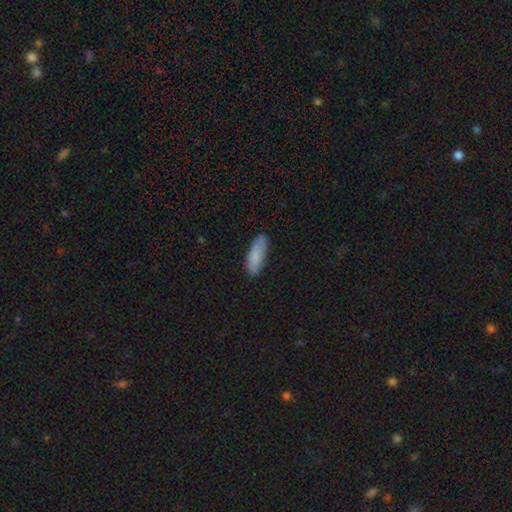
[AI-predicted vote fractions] Smooth or featured? smooth (87%)
How rounded? in between (67%)
Merging? none (81%)